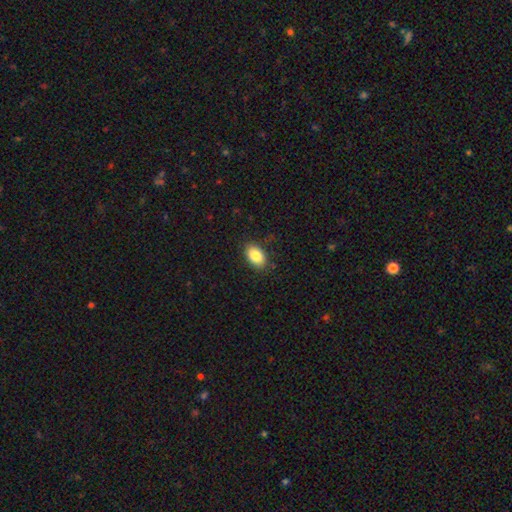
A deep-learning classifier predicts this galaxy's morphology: type=smooth (85%); roundness=in between (91%); merging=none (85%).